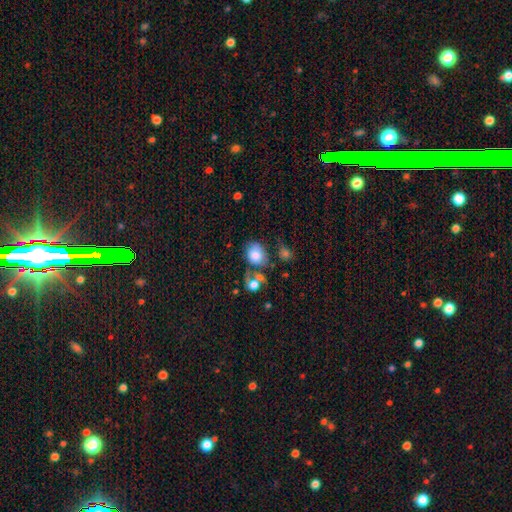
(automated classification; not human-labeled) A smooth galaxy with no disk features (71%) that is in between round and cigar-shaped (55%). Merging: none (33%).